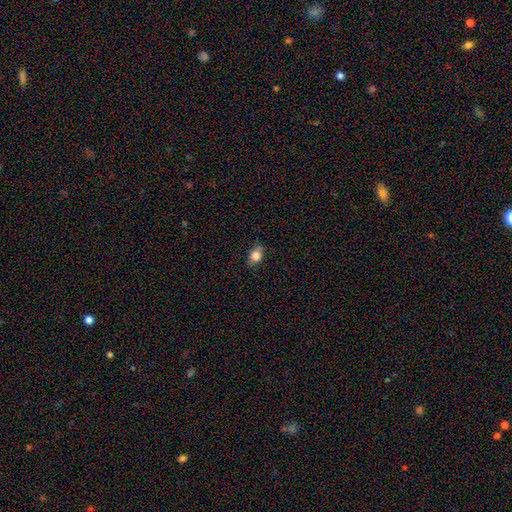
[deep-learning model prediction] smooth_or_featured: smooth (p=0.82) [alt: star or artifact p=0.09]
how_rounded: in between (p=0.74) [alt: round p=0.24]
merging: none (p=0.79) [alt: minor disturbance p=0.17]